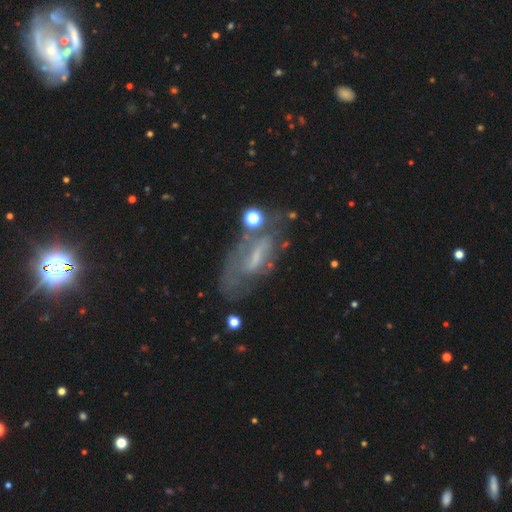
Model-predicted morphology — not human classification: The model was most divided on "spiral arms": yes: 52%, no: 48%. Remaining: edge-on disk — no (84%); smooth or featured — featured or disk (62%); merging — none (48%); bulge size — small (44%); bar — weak (41%).